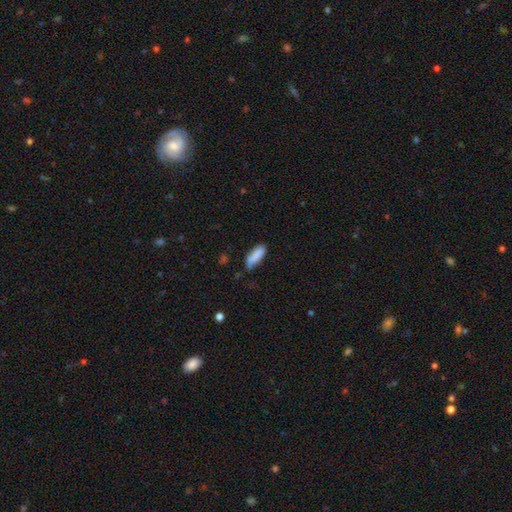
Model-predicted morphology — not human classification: Smooth or featured? Predicted: smooth (p=0.86). How rounded? Predicted: in between (p=0.60). Merging? Predicted: none (p=0.68).